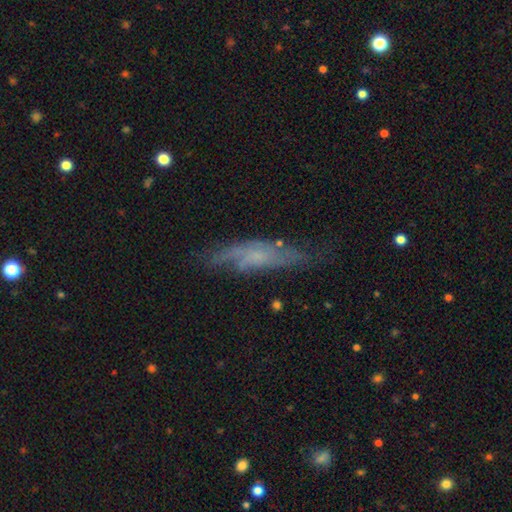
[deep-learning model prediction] smooth_or_featured: featured or disk (p=0.59) [alt: smooth p=0.31]
disk_edge_on: no (p=0.59) [alt: yes p=0.41]
merging: none (p=0.58) [alt: minor disturbance p=0.27]